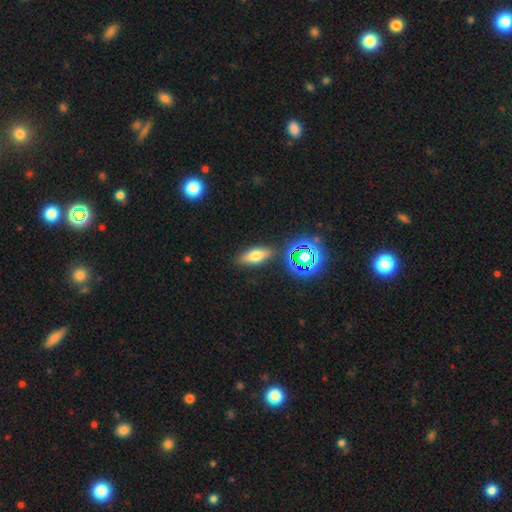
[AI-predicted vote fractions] Smooth or featured? smooth (54%)
How rounded? in between (61%)
Merging? none (84%)